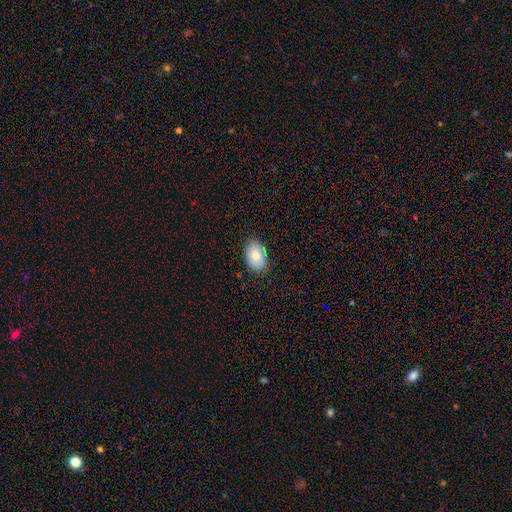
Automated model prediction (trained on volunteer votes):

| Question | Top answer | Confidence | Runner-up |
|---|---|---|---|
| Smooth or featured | smooth | 74% | featured or disk (18%) |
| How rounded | in between | 82% | round (17%) |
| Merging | none | 83% | minor disturbance (13%) |